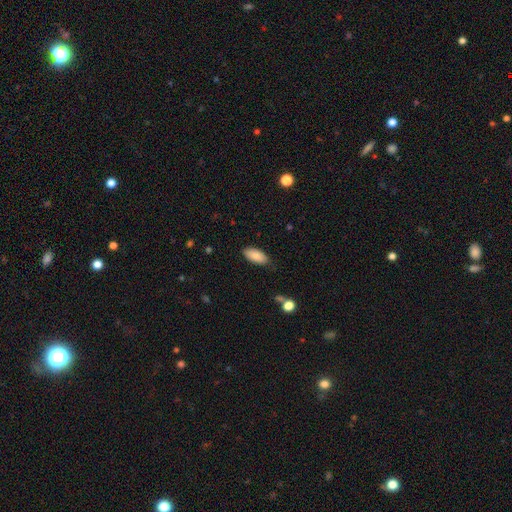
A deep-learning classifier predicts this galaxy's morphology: The model was most divided on "merging": none: 84%, minor disturbance: 12%, major disturbance: 2%, merger: 1%. More confident: how rounded — in between (91%); smooth or featured — smooth (85%).